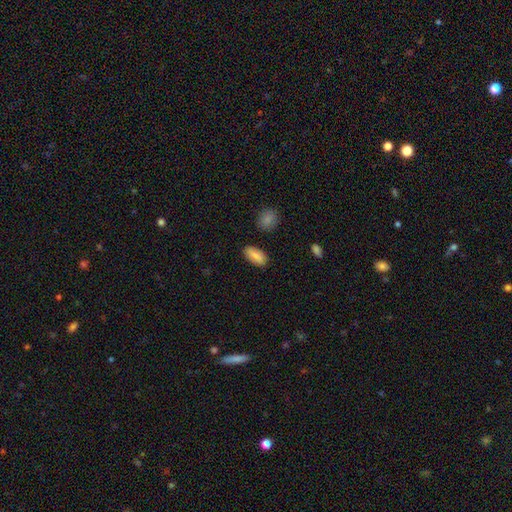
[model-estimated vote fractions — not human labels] smooth 85%, featured or disk 8%, star or artifact 7%. Down the decision tree: how rounded — in between (85%); merging — none (86%).